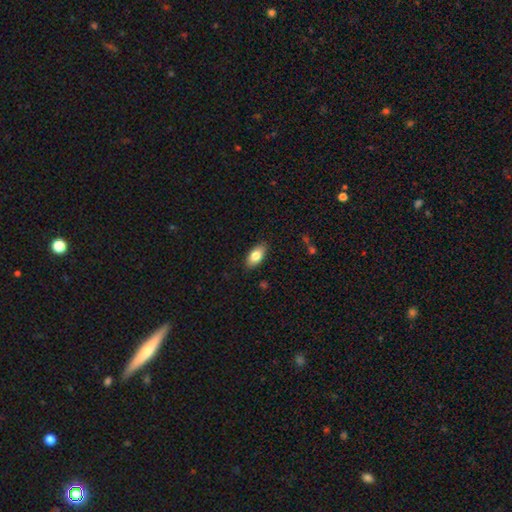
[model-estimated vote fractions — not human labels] smooth-or-featured: smooth: 80% | featured or disk: 13% | star or artifact: 7%
  how-rounded: in between: 90% | cigar-shaped: 6% | round: 4%
  merging: none: 87% | minor disturbance: 10% | major disturbance: 2% | merger: 1%